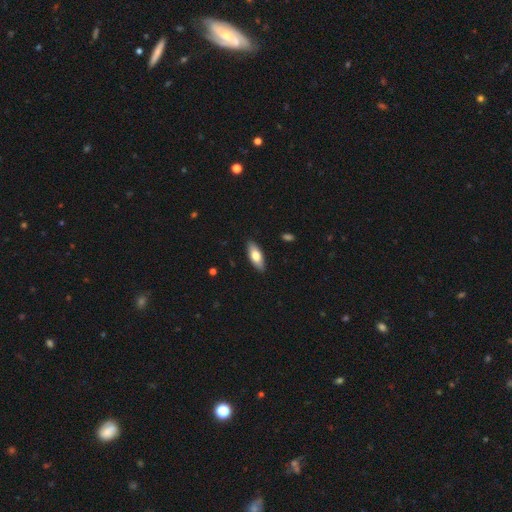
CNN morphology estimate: type=smooth (71%); roundness=in between (75%); merging=none (89%).